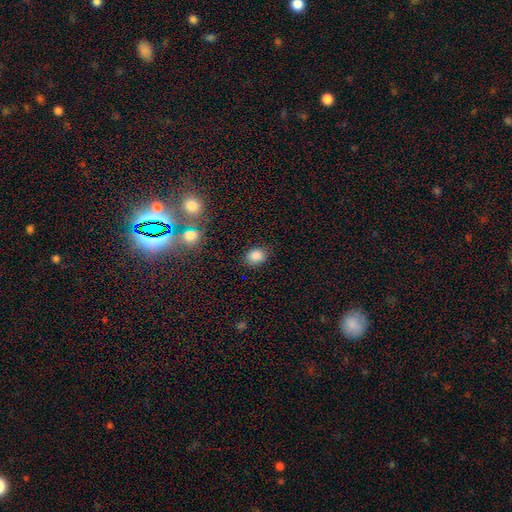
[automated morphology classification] Smooth or featured?
  - smooth: 84% *
  - star or artifact: 11%
  - featured or disk: 5%
How rounded?
  - in between: 55% *
  - round: 44%
  - cigar-shaped: 1%
Merging?
  - none: 79% *
  - minor disturbance: 15%
  - major disturbance: 4%
  - merger: 2%